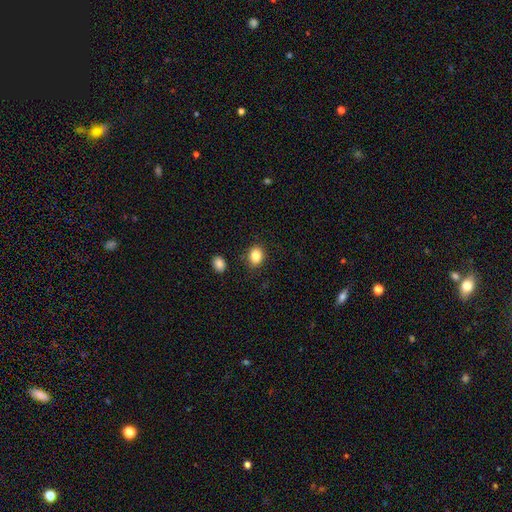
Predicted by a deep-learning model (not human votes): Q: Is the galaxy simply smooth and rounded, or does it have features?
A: smooth — 85%.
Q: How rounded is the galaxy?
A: in between — 50%.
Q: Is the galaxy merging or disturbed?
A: none — 84%.